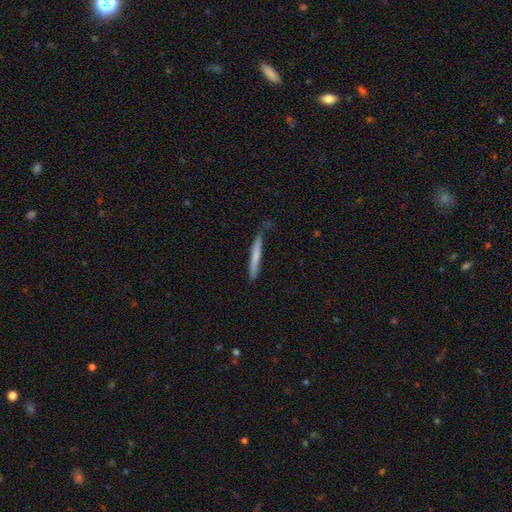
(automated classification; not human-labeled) smooth_or_featured: smooth (p=0.69) [alt: featured or disk p=0.25]
how_rounded: cigar-shaped (p=0.96) [alt: in between p=0.03]
merging: none (p=0.69) [alt: minor disturbance p=0.23]